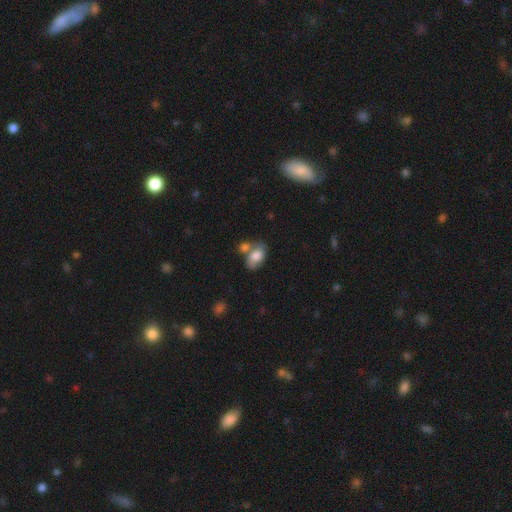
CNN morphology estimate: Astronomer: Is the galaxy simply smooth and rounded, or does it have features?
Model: smooth — 73%.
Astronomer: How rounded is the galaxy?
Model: in between — 88%.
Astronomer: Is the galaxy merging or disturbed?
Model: none — 40% (runner-up: merger, 36%).